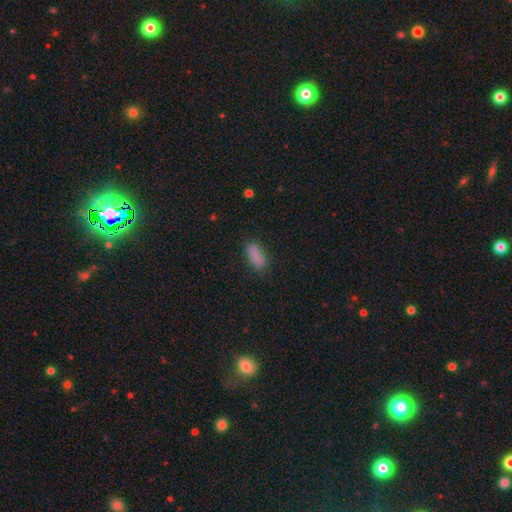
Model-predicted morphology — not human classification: Smooth or featured: smooth — 87% (star or artifact — 9%)
How rounded: in between — 77% (cigar-shaped — 20%)
Merging: none — 80% (minor disturbance — 15%)